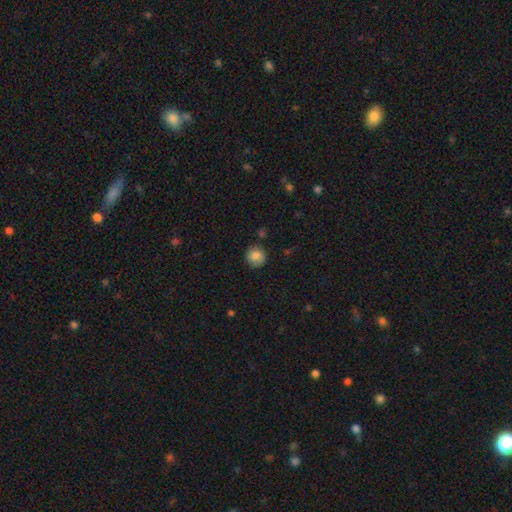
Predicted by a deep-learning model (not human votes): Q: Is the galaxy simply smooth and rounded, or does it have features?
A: smooth — 85%.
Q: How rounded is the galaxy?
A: round — 91%.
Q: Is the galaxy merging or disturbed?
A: none — 85%.